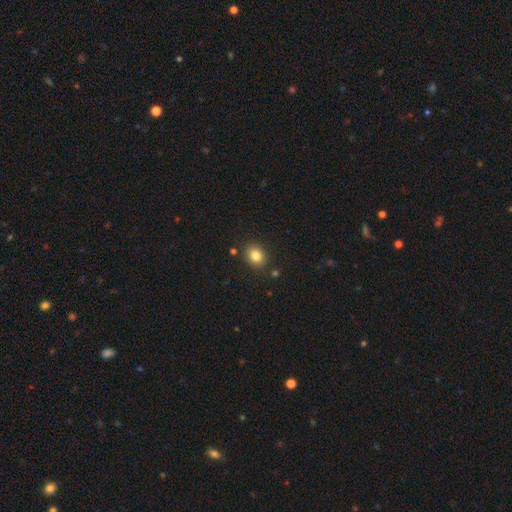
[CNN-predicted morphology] Smooth or featured: smooth — 82% (star or artifact — 11%)
How rounded: round — 51% (in between — 48%)
Merging: none — 86% (minor disturbance — 9%)